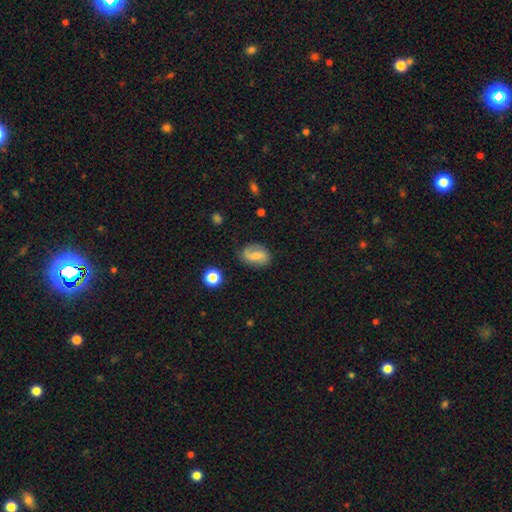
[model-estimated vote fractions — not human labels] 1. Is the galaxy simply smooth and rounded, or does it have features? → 53% smooth, 38% featured or disk, 10% star or artifact.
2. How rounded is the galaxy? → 79% in between, 19% round, 2% cigar-shaped.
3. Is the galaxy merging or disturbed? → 68% none, 22% minor disturbance, 8% major disturbance, 2% merger.